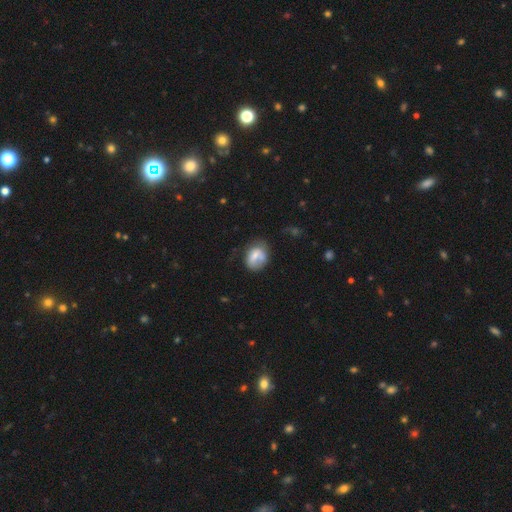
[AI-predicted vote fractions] A smooth galaxy with no disk features (66%) that is in between round and cigar-shaped (66%).

Vote fractions:
- Smooth or featured? smooth: 66% / featured or disk: 26% / star or artifact: 8%
- How rounded? in between: 66% / round: 33% / cigar-shaped: 1%
- Merging? none: 44% / minor disturbance: 30% / major disturbance: 17% / merger: 9%